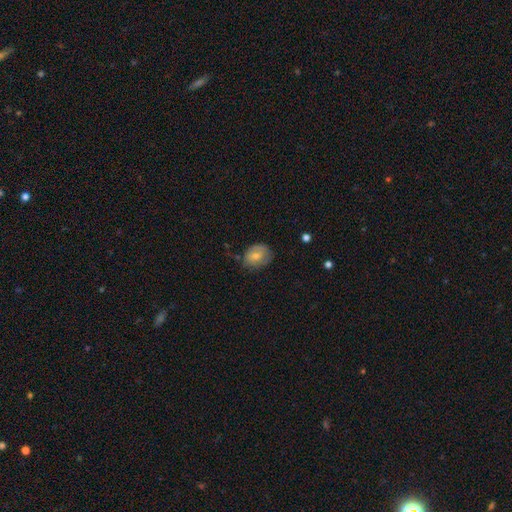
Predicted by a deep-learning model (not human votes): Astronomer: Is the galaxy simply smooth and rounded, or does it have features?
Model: smooth — 65%.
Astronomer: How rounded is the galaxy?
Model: in between — 64%.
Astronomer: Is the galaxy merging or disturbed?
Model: none — 61%.